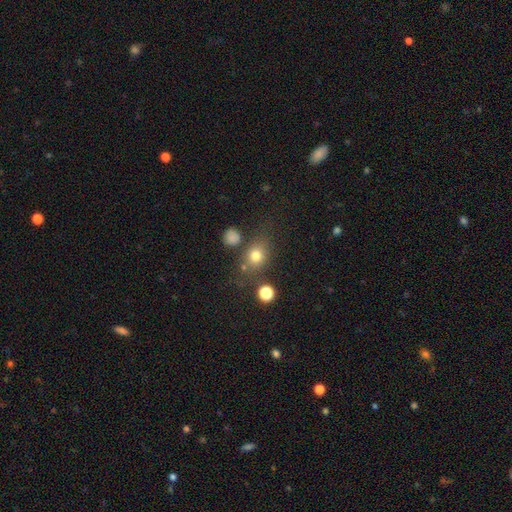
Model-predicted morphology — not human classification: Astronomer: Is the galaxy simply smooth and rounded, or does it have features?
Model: smooth — 74%.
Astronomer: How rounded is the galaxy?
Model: round — 63%.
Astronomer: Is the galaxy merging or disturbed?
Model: none — 68%.